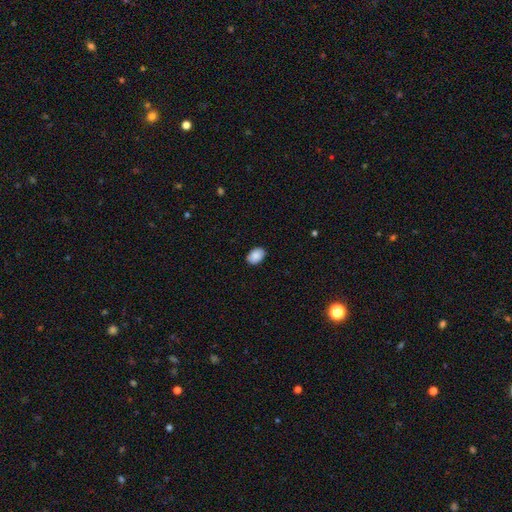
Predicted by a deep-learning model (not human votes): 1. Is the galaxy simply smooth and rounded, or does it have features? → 89% smooth, 7% star or artifact, 4% featured or disk.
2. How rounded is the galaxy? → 83% in between, 16% round, 1% cigar-shaped.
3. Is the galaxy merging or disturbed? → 89% none, 8% minor disturbance, 2% major disturbance, 1% merger.